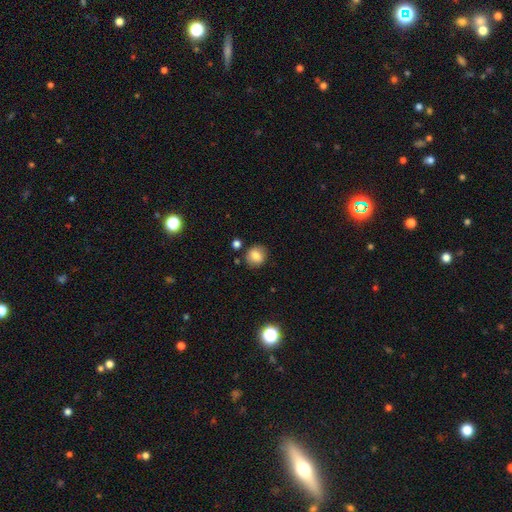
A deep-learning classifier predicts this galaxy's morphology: type=smooth (82%); roundness=round (82%); merging=none (83%).